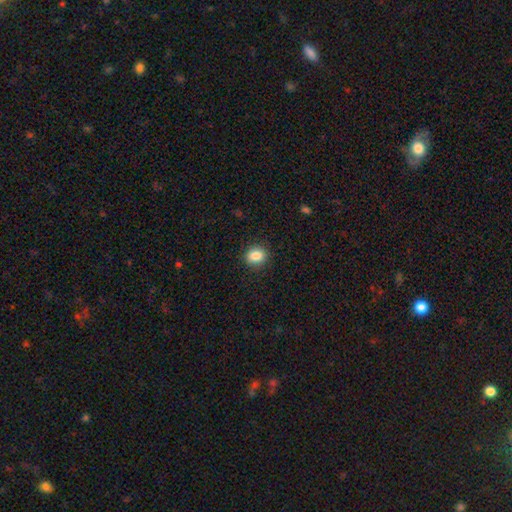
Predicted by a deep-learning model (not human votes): This appears to be a smooth galaxy with no disk features (86%) that is round (64%). Merging: none (89%).